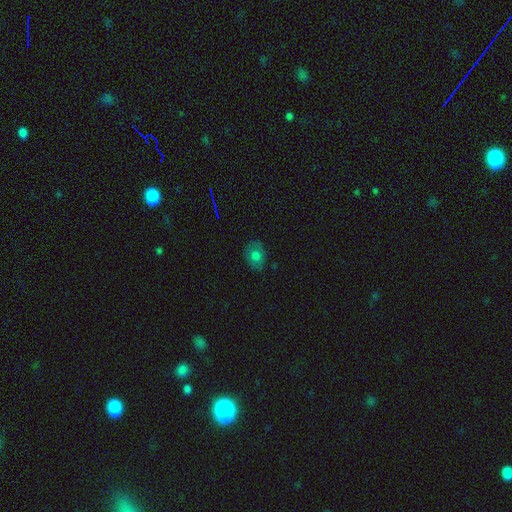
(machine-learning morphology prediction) smooth-or-featured: smooth: 70% | featured or disk: 17% | star or artifact: 13%
  how-rounded: in between: 63% | round: 36% | cigar-shaped: 1%
  merging: none: 80% | minor disturbance: 15% | major disturbance: 3% | merger: 1%